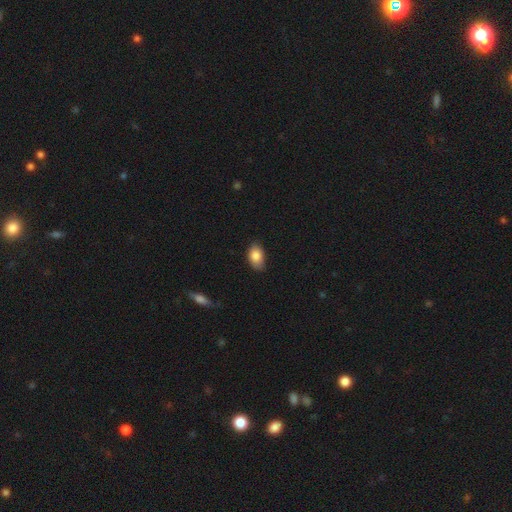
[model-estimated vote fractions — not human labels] Smooth or featured: smooth — 84% (featured or disk — 9%)
How rounded: in between — 90% (round — 8%)
Merging: none — 74% (minor disturbance — 22%)